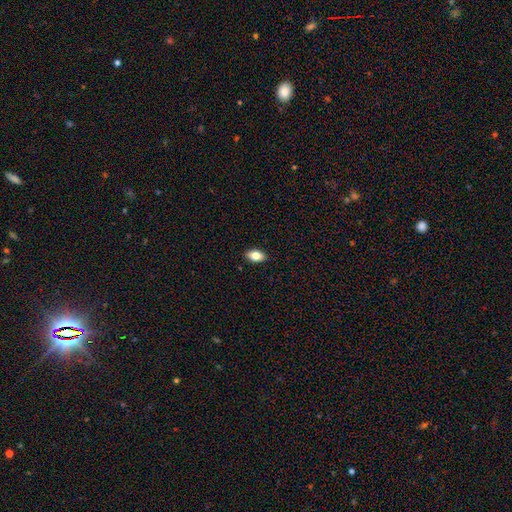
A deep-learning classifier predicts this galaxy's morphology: Smooth or featured: smooth — 78% (featured or disk — 14%)
How rounded: in between — 89% (round — 7%)
Merging: none — 90% (minor disturbance — 8%)